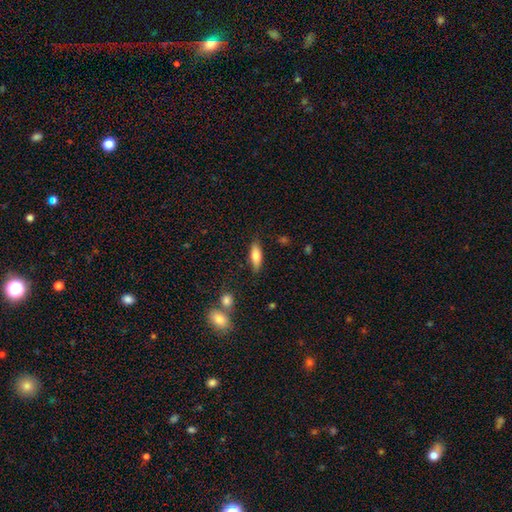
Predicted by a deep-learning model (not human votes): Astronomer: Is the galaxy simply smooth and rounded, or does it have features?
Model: smooth — 75%.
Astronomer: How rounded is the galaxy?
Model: in between — 60% (runner-up: cigar-shaped, 37%).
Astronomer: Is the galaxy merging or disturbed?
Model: none — 81%.